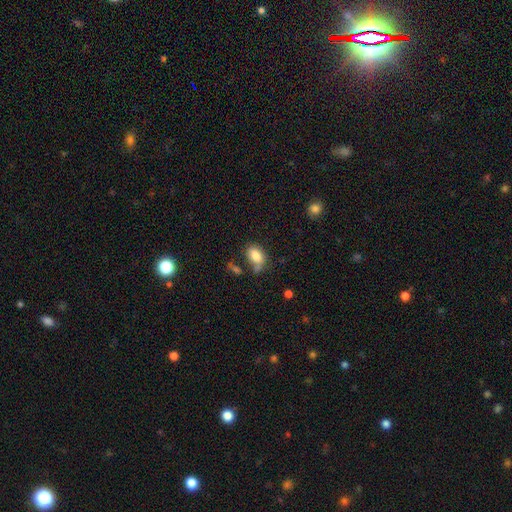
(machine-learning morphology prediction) A smooth galaxy with no disk features (82%) that is in between round and cigar-shaped (87%).

Vote fractions:
- Smooth or featured? smooth: 82% / featured or disk: 9% / star or artifact: 9%
- How rounded? in between: 87% / round: 11% / cigar-shaped: 2%
- Merging? none: 52% / minor disturbance: 24% / merger: 14% / major disturbance: 10%